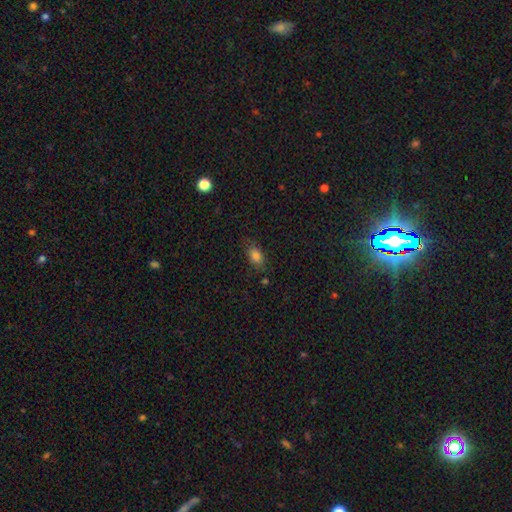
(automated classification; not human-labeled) smooth_or_featured: smooth (p=0.80) [alt: star or artifact p=0.12]
how_rounded: in between (p=0.85) [alt: round p=0.10]
merging: none (p=0.74) [alt: minor disturbance p=0.18]